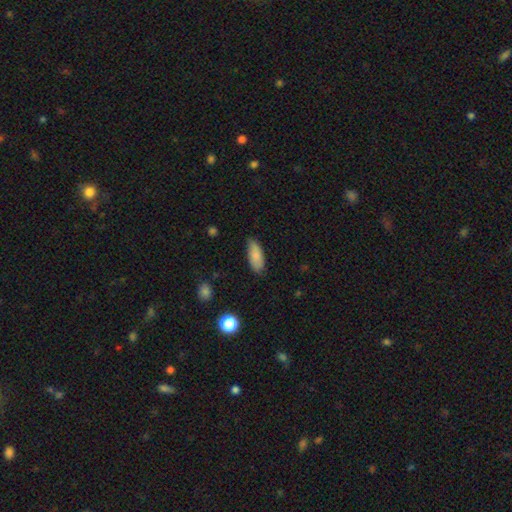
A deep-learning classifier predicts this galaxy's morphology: smooth 82%, featured or disk 12%, star or artifact 7%. Down the decision tree: how rounded — in between (80%); merging — none (74%).